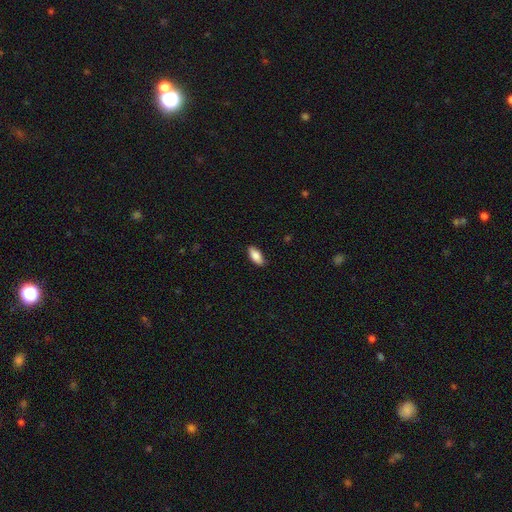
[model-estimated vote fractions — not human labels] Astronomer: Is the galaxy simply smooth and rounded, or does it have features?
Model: smooth — 85%.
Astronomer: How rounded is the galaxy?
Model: in between — 87%.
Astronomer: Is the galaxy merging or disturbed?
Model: none — 88%.